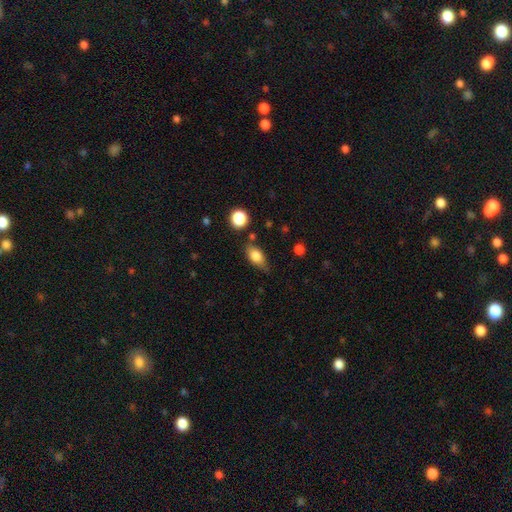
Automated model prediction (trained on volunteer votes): A smooth galaxy with no disk features (79%) that is in between round and cigar-shaped (82%). Merging: none (63%).